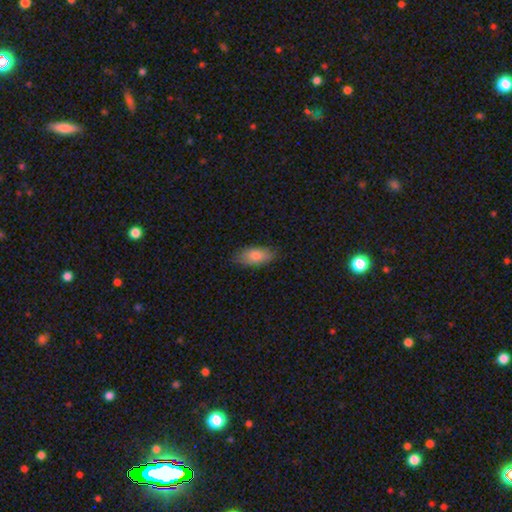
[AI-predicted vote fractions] A smooth galaxy with no disk features (84%) that is in between round and cigar-shaped (89%).

Vote fractions:
- Smooth or featured? smooth: 84% / featured or disk: 10% / star or artifact: 6%
- How rounded? in between: 89% / cigar-shaped: 8% / round: 2%
- Merging? none: 81% / minor disturbance: 15% / major disturbance: 3% / merger: 1%